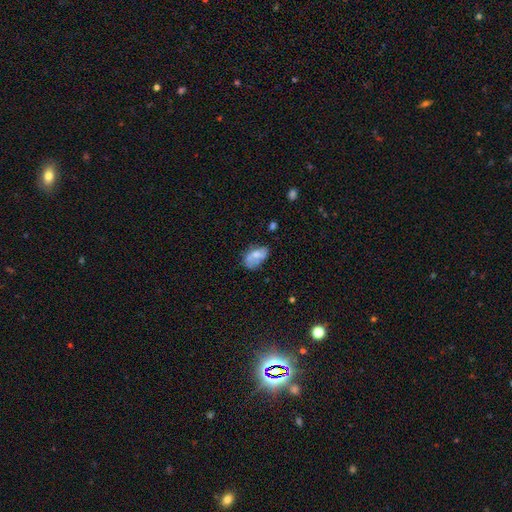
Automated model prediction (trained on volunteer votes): Overall: smooth (63%; featured or disk 27%). How rounded: in between (90%). Merging: none (43%; minor disturbance 32%).